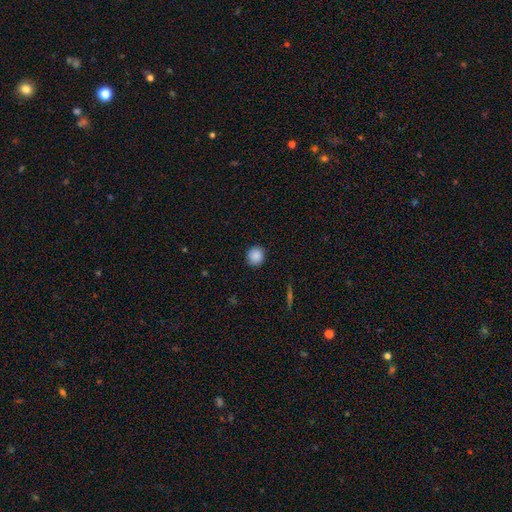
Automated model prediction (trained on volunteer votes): Q: Smooth or featured?
A: smooth (88%); runner-up: star or artifact (9%)
Q: How rounded?
A: round (91%); runner-up: in between (8%)
Q: Merging?
A: none (90%); runner-up: minor disturbance (7%)